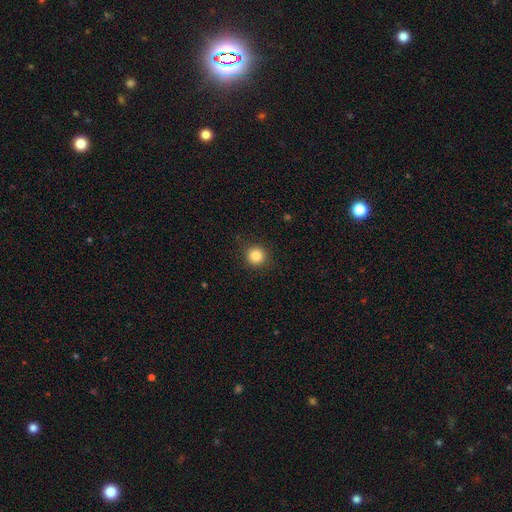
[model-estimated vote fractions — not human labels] smooth-or-featured: smooth: 85% | star or artifact: 11% | featured or disk: 4%
  how-rounded: round: 94% | in between: 5% | cigar-shaped: 1%
  merging: none: 91% | minor disturbance: 6% | major disturbance: 2% | merger: 1%